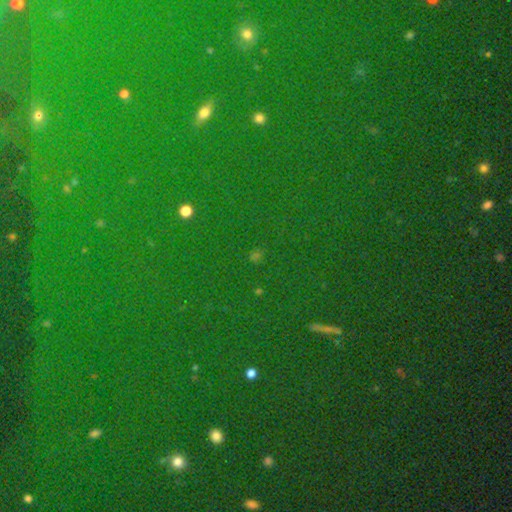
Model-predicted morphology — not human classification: This appears to be a star or artifact, not a galaxy (78%).